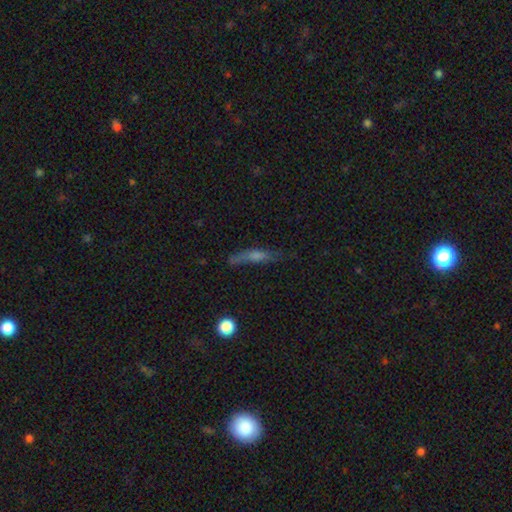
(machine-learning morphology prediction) Smooth or featured? Predicted: smooth (p=0.46). Merging? Predicted: none (p=0.63).